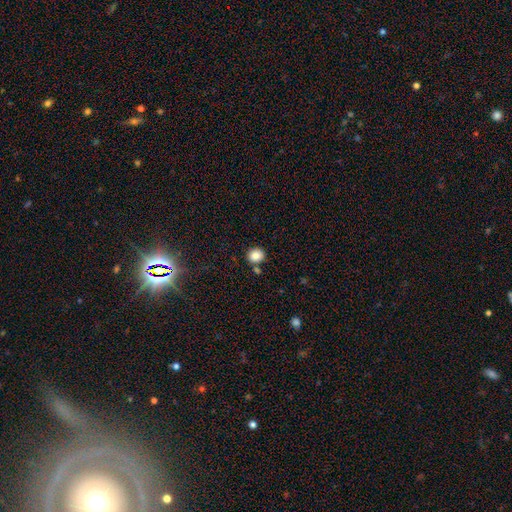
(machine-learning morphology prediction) Smooth or featured?
  - smooth: 85% *
  - star or artifact: 10%
  - featured or disk: 5%
How rounded?
  - round: 80% *
  - in between: 19%
  - cigar-shaped: 1%
Merging?
  - none: 78% *
  - merger: 11%
  - minor disturbance: 9%
  - major disturbance: 3%